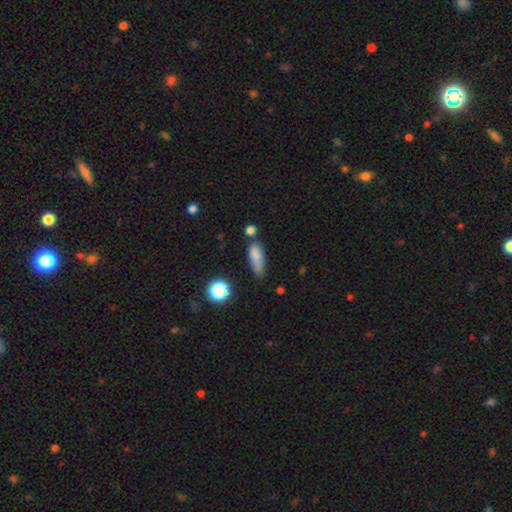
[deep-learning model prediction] This appears to be a smooth galaxy with no disk features (79%) that is in between round and cigar-shaped (60%). Merging: none (49%).